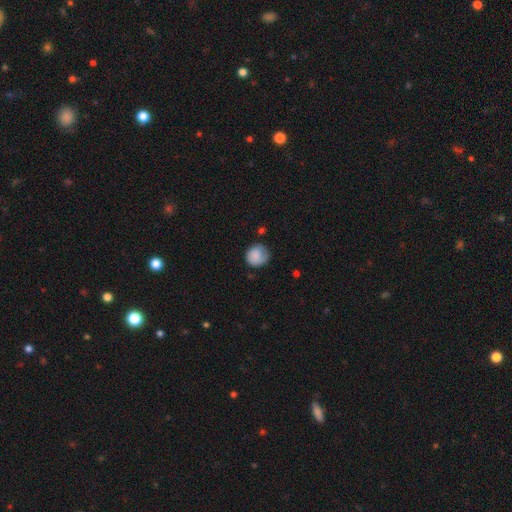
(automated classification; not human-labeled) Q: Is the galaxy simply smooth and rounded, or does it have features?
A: smooth — 82%.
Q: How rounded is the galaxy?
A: round — 84%.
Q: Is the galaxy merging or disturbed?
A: none — 62%.